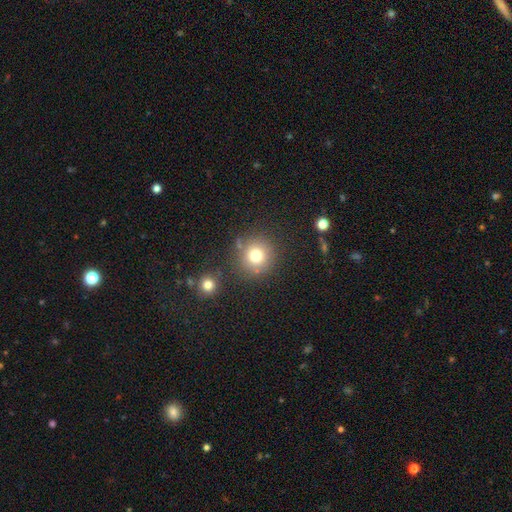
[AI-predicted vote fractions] Overall: smooth (77%). How rounded: round (92%). Merging: none (80%).